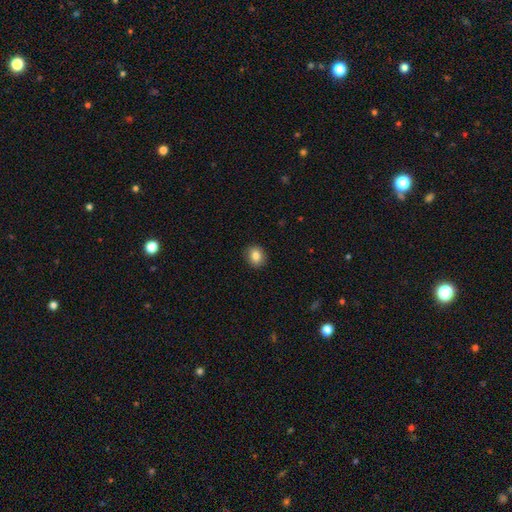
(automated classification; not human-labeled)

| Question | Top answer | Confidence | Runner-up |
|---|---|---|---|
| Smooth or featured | smooth | 84% | star or artifact (9%) |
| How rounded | round | 72% | in between (27%) |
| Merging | none | 90% | minor disturbance (7%) |